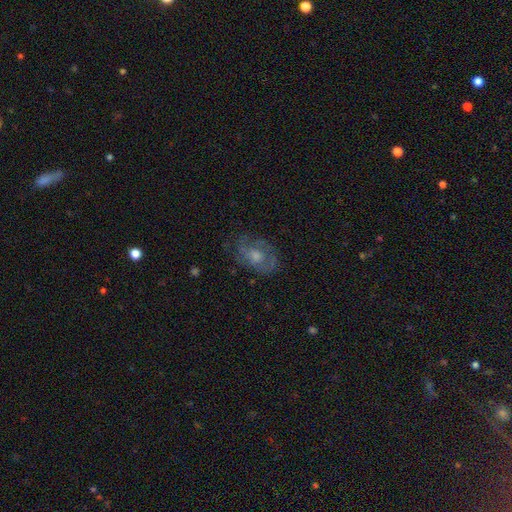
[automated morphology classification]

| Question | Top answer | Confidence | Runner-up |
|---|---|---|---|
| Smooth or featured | featured or disk | 66% | smooth (22%) |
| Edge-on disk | no | 96% | yes (4%) |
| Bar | no | 73% | weak (23%) |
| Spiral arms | yes | 77% | no (23%) |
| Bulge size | moderate | 59% | small (25%) |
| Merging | none | 71% | minor disturbance (18%) |